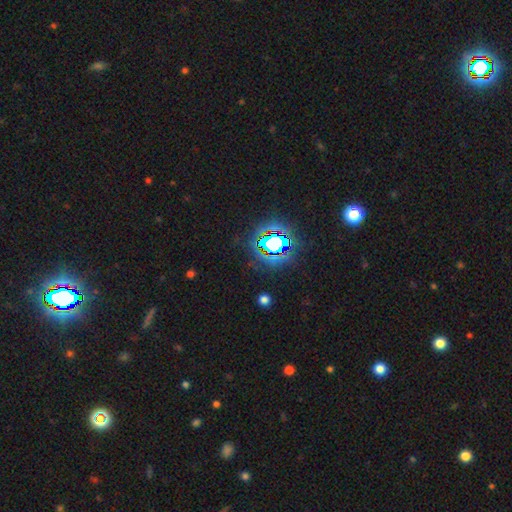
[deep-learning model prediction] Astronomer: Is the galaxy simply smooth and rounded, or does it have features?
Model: star or artifact — 83%.